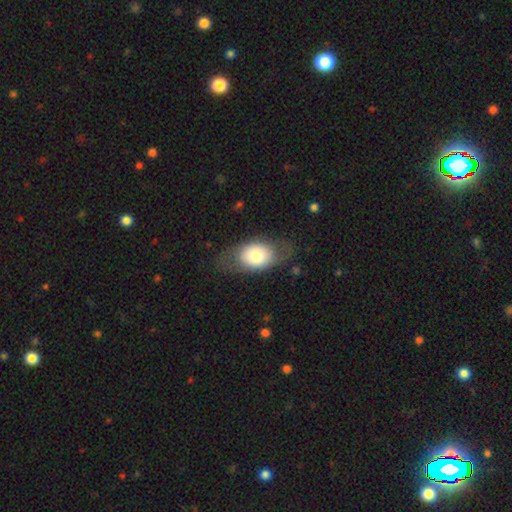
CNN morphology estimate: A smooth galaxy with no disk features (66%) that is in between round and cigar-shaped (80%).

Vote fractions:
- Smooth or featured? smooth: 66% / featured or disk: 28% / star or artifact: 6%
- How rounded? in between: 80% / round: 18% / cigar-shaped: 2%
- Merging? none: 68% / minor disturbance: 18% / major disturbance: 12% / merger: 1%